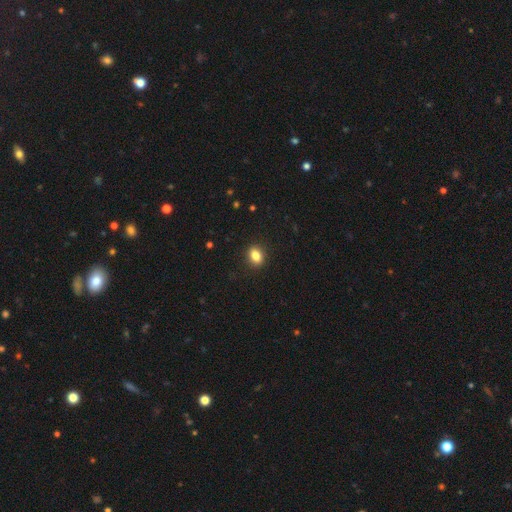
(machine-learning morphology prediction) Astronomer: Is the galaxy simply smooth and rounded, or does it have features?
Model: smooth — 84%.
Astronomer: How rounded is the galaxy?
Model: in between — 71%.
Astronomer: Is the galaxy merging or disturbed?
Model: none — 88%.